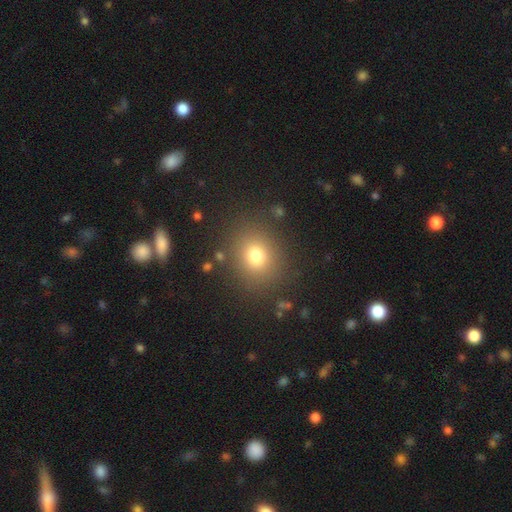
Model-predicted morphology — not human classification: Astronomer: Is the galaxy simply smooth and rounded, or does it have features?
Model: smooth — 75%.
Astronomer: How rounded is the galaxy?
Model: round — 74%.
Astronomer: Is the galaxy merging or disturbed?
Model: none — 84%.